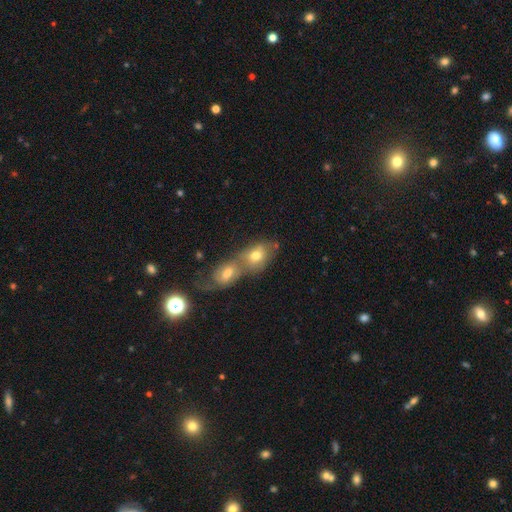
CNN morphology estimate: A smooth galaxy with no disk features (68%) that is in between round and cigar-shaped (72%).

Vote fractions:
- Smooth or featured? smooth: 68% / featured or disk: 22% / star or artifact: 10%
- How rounded? in between: 72% / round: 26% / cigar-shaped: 2%
- Merging? merger: 65% / none: 23% / minor disturbance: 8% / major disturbance: 4%